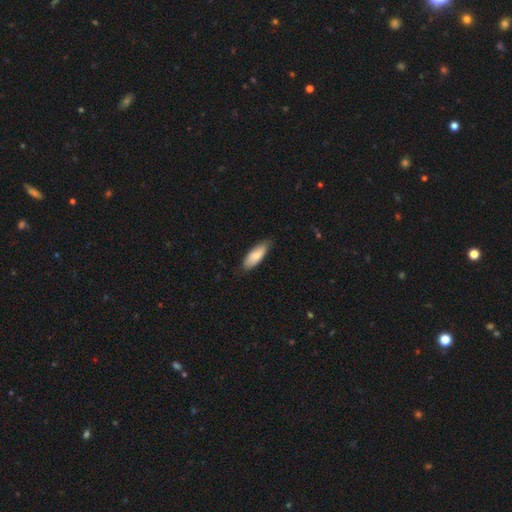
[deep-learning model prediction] Morphology: type=smooth (81%); roundness=in between (72%); merging=none (78%).